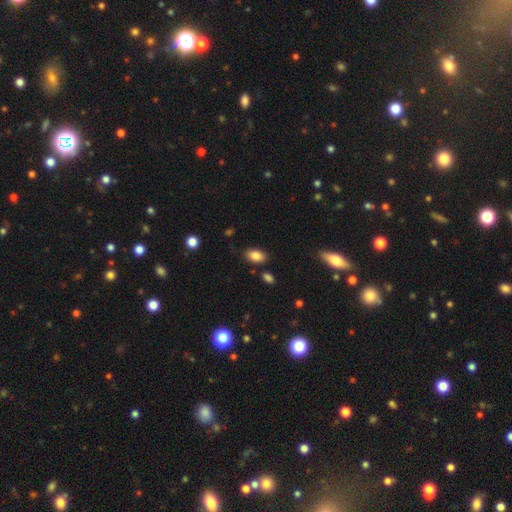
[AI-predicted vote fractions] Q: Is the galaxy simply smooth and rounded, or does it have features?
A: smooth — 85%.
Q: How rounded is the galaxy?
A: in between — 89%.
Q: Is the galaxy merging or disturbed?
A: none — 83%.